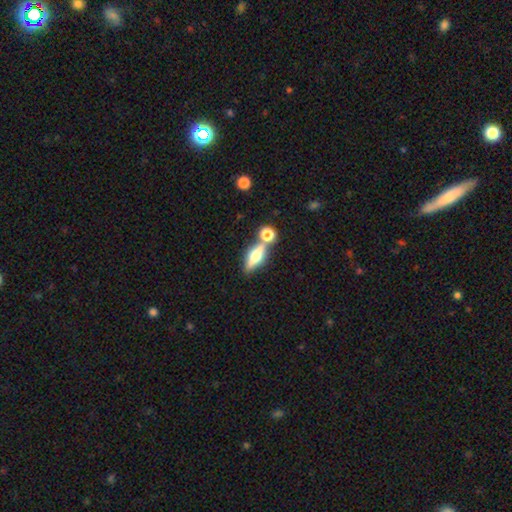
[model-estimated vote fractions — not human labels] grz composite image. It shows a featured or disk galaxy (46%). Merging: none (59%).